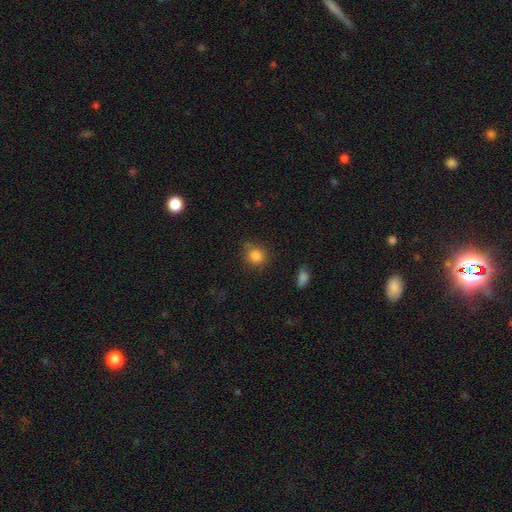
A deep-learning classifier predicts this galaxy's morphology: The model was most divided on "merging": none: 73%, minor disturbance: 19%, major disturbance: 5%, merger: 3%. More confident: smooth or featured — smooth (85%); how rounded — round (80%).